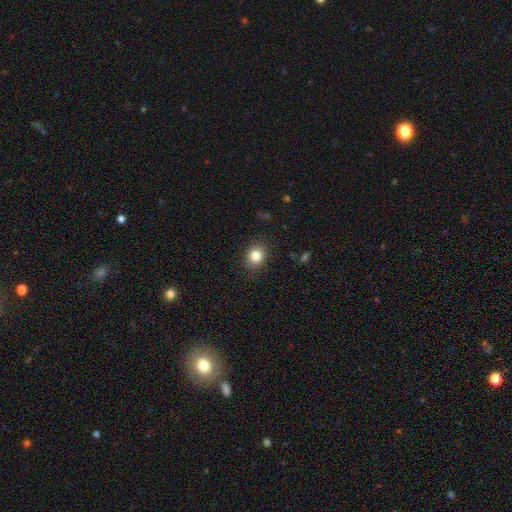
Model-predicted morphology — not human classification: This appears to be a smooth galaxy with no disk features (82%) that is round (65%). Merging: none (87%).